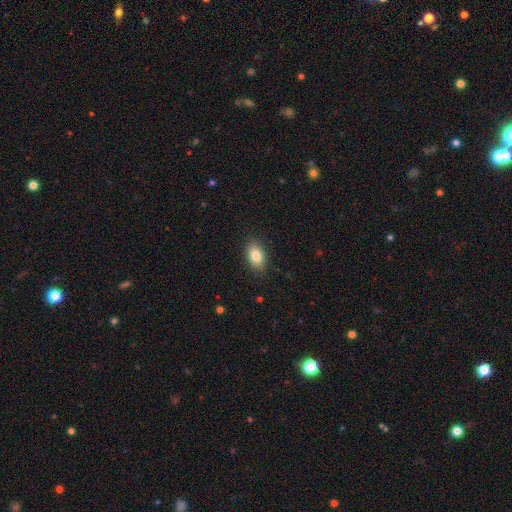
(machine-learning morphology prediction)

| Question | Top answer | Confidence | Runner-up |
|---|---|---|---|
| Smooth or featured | smooth | 84% | featured or disk (8%) |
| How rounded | in between | 89% | round (9%) |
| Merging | none | 88% | minor disturbance (9%) |